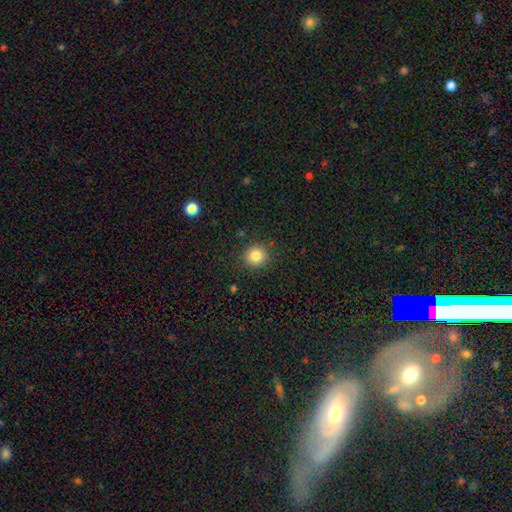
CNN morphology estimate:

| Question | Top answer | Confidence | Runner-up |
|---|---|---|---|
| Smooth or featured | smooth | 84% | star or artifact (11%) |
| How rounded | round | 91% | in between (8%) |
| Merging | none | 89% | minor disturbance (7%) |